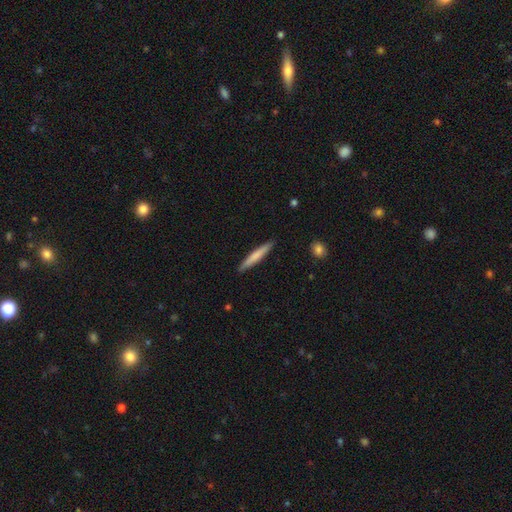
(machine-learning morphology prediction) This appears to be a smooth galaxy with no disk features (70%) that is cigar-shaped (95%). Merging: none (90%).